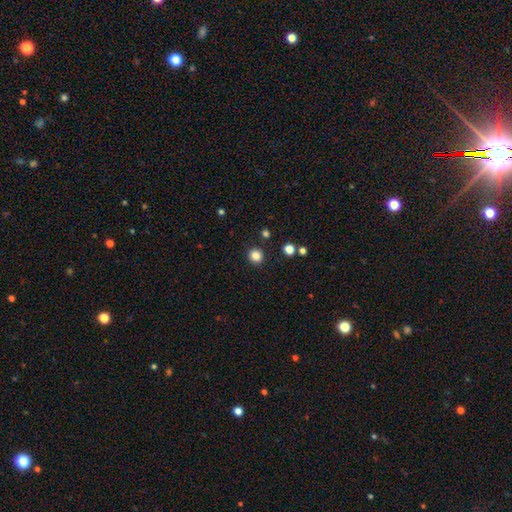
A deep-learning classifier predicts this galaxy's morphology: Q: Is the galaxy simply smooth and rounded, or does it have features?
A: smooth — 84%.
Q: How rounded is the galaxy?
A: round — 91%.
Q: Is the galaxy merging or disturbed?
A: none — 91%.